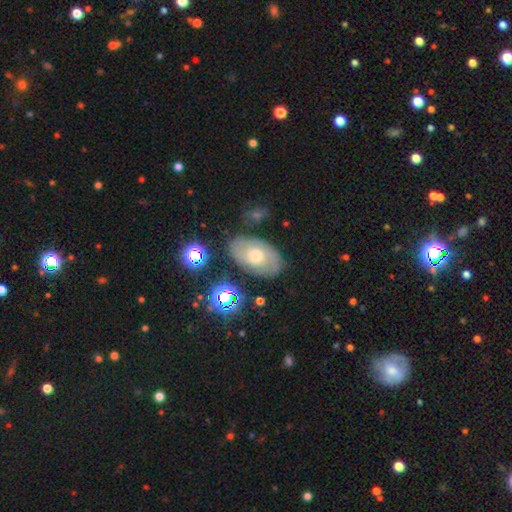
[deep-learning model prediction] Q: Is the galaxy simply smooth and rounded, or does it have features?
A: featured or disk — 58%.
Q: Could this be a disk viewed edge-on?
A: no — 94%.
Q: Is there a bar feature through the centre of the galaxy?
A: no — 75%.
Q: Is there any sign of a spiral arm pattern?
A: yes — 73%.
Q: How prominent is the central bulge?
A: moderate — 69%.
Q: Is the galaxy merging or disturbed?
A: none — 77%.